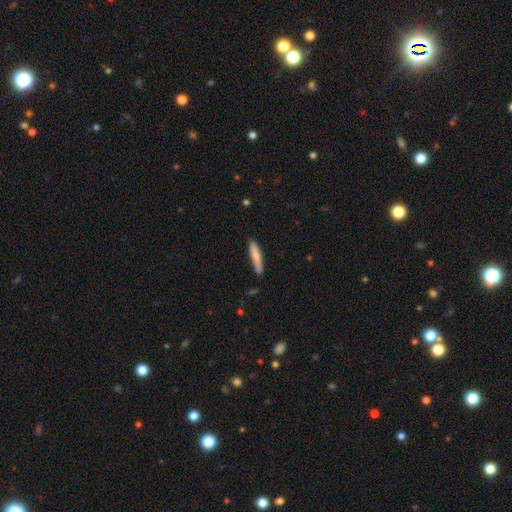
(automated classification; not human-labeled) The model was most divided on "smooth or featured": smooth: 77%, featured or disk: 17%, star or artifact: 6%. More confident: how rounded — cigar-shaped (91%); merging — none (81%).